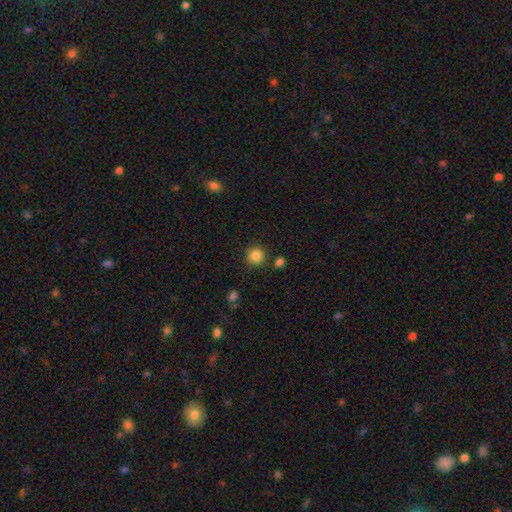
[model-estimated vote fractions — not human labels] A smooth galaxy with no disk features (86%) that is round (92%). Merging: none (85%).